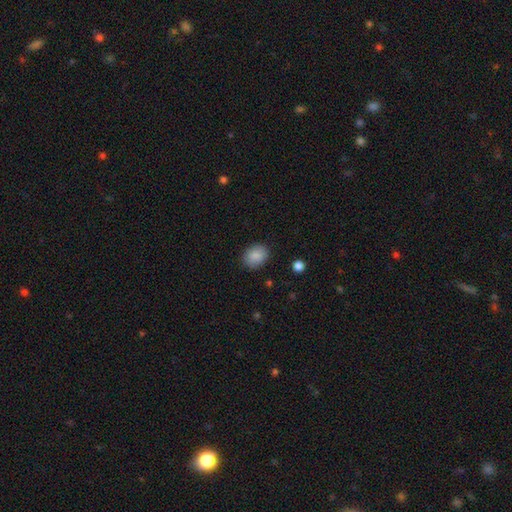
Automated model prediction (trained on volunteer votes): smooth_or_featured: smooth (p=0.87) [alt: star or artifact p=0.08]
how_rounded: in between (p=0.57) [alt: round p=0.42]
merging: none (p=0.87) [alt: minor disturbance p=0.10]